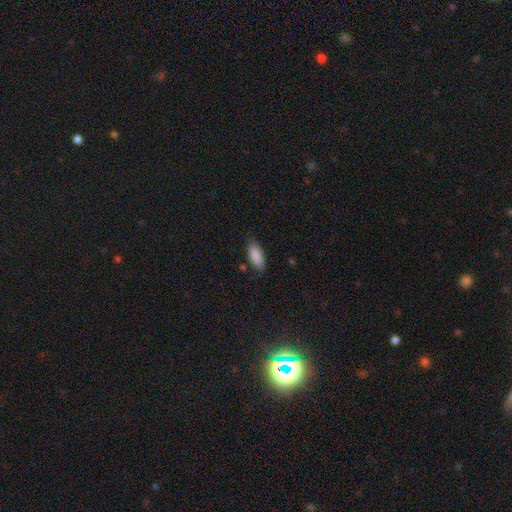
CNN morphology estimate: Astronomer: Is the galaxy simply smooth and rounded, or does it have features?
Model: smooth — 89%.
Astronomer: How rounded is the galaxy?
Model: in between — 81%.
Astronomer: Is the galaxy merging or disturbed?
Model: none — 81%.